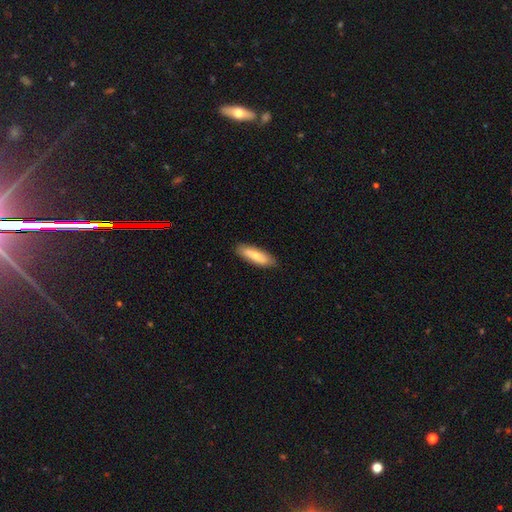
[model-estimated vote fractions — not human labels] Smooth or featured: smooth — 72% (featured or disk — 23%)
How rounded: in between — 50% (cigar-shaped — 48%)
Merging: none — 85% (minor disturbance — 12%)